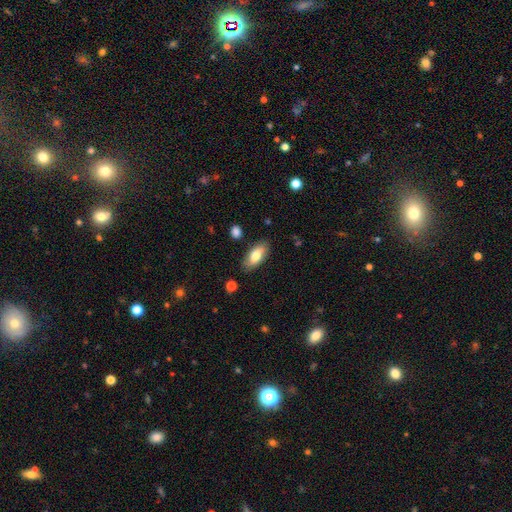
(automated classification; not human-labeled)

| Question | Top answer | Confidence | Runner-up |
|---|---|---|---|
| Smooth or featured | smooth | 77% | featured or disk (17%) |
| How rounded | in between | 87% | cigar-shaped (11%) |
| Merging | none | 84% | minor disturbance (12%) |